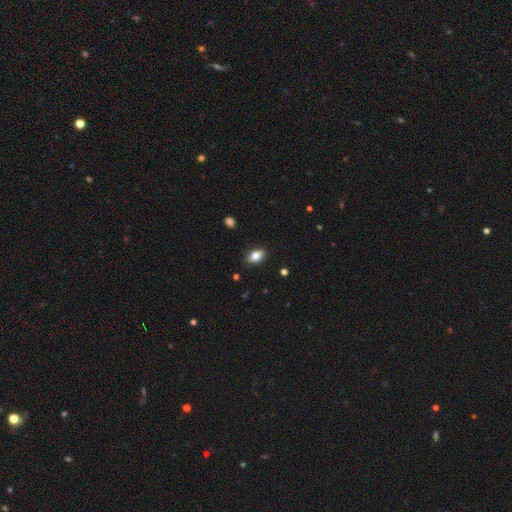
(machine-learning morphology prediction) This appears to be a smooth galaxy with no disk features (81%) that is in between round and cigar-shaped (84%). Merging: none (86%).